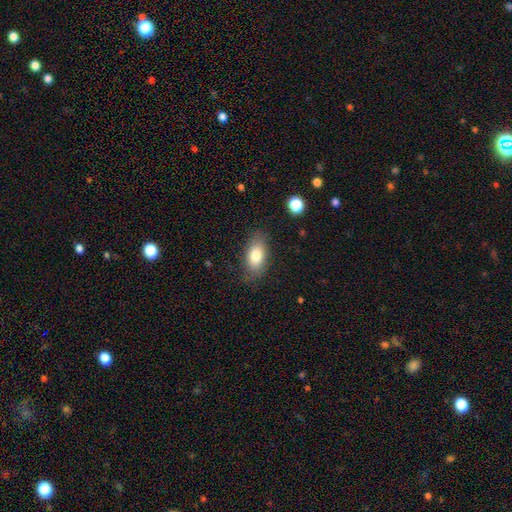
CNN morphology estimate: The model was most divided on "merging": none: 80%, minor disturbance: 15%, major disturbance: 4%, merger: 1%. More confident: how rounded — in between (89%); smooth or featured — smooth (80%).